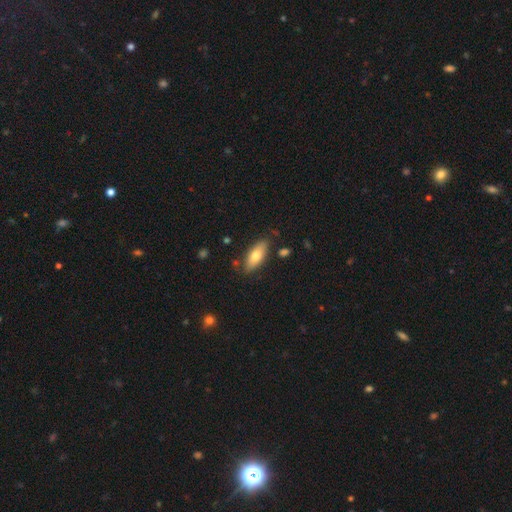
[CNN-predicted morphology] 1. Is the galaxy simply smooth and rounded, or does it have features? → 71% smooth, 23% featured or disk, 6% star or artifact.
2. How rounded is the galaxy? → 76% in between, 22% cigar-shaped, 2% round.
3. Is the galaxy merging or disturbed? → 81% none, 13% minor disturbance, 3% merger, 3% major disturbance.